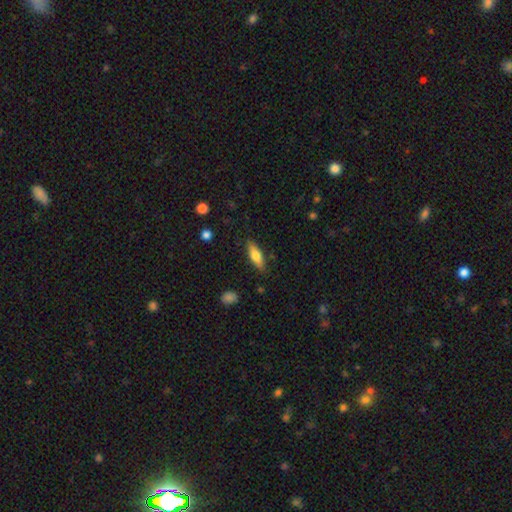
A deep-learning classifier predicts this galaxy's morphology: This appears to be a smooth galaxy with no disk features (69%) that is in between round and cigar-shaped (53%). Merging: none (85%).